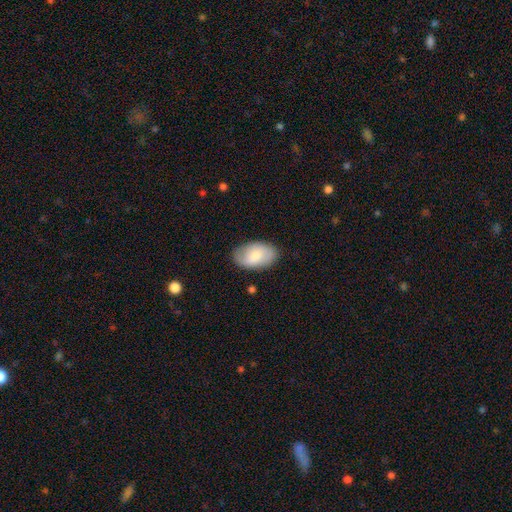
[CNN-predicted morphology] This appears to be a smooth galaxy with no disk features (67%) that is in between round and cigar-shaped (93%). Merging: none (80%).